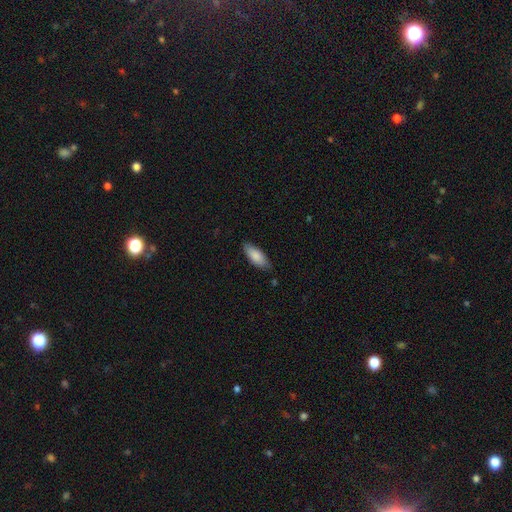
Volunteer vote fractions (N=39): Smooth or featured?
  - smooth: 87% *
  - featured or disk: 10%
  - star or artifact: 3%
How rounded?
  - in between: 76% *
  - cigar-shaped: 24%
  - round: 0%
Merging?
  - none: 71% *
  - minor disturbance: 21%
  - major disturbance: 5%
  - merger: 3%